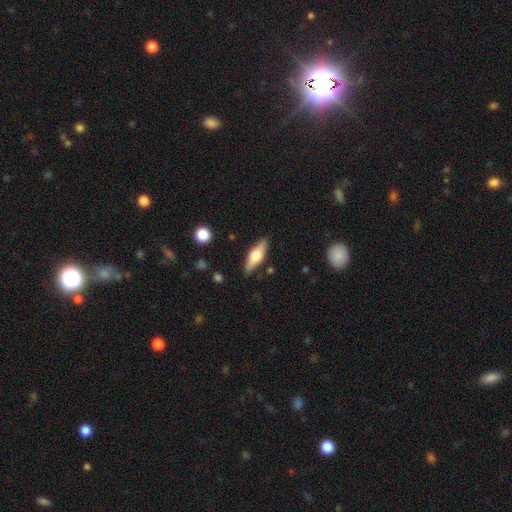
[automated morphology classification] Smooth or featured? featured or disk (52%)
Edge-on disk? yes (92%)
Merging? none (86%)